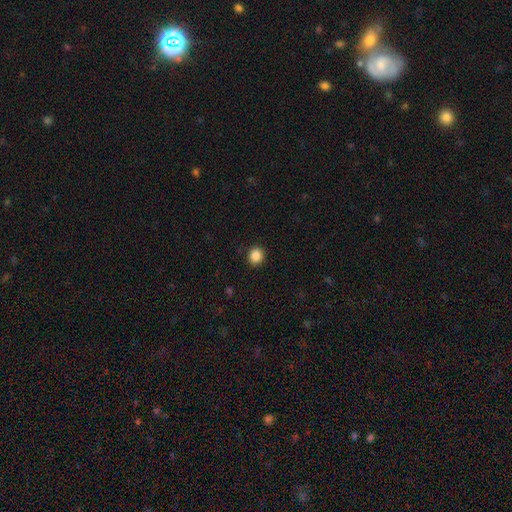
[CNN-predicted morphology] The model was most divided on "how rounded": round: 81%, in between: 18%, cigar-shaped: 1%. More confident: merging — none (90%); smooth or featured — smooth (87%).